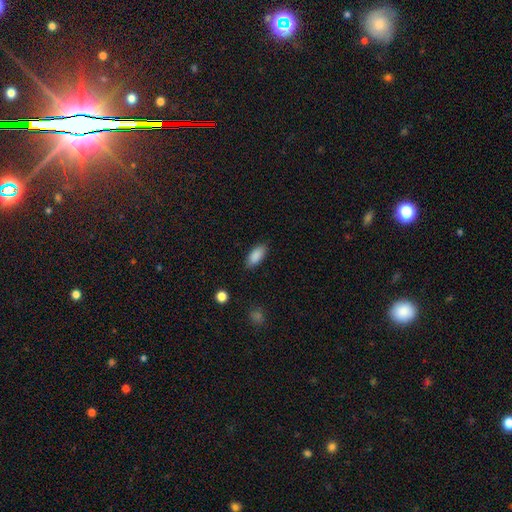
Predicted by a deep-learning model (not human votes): This appears to be a smooth galaxy with no disk features (89%) that is in between round and cigar-shaped (87%). Merging: none (85%).